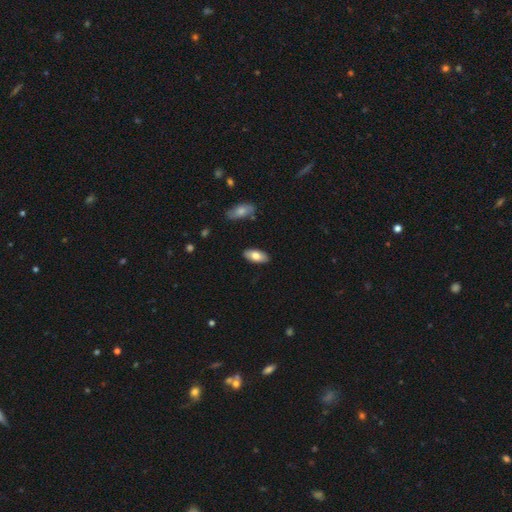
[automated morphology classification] A smooth galaxy with no disk features (76%) that is in between round and cigar-shaped (90%). Merging: none (88%).